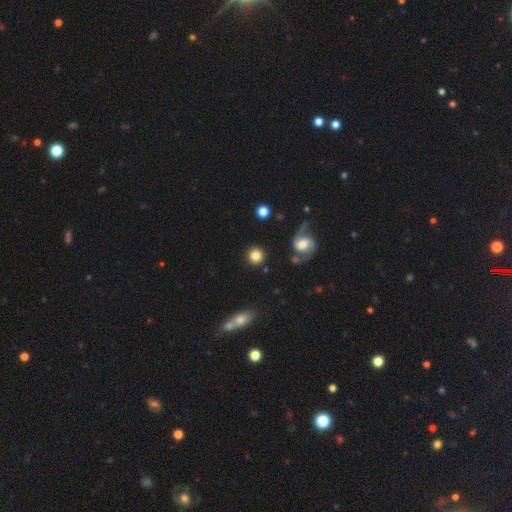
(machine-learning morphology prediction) A smooth galaxy with no disk features (80%) that is round (94%). Merging: none (88%).